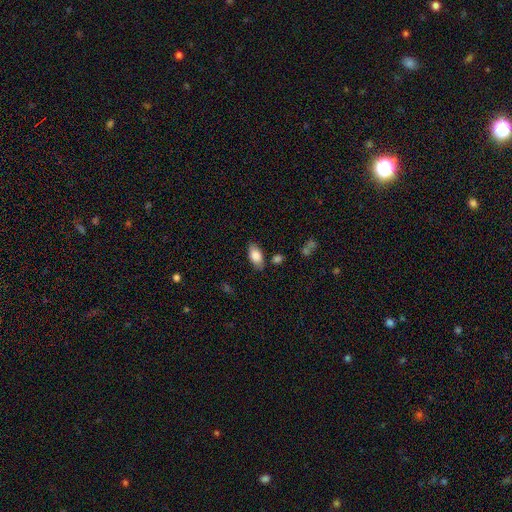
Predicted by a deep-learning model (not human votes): This is clearly a smooth galaxy (83%). How rounded: clearly in between (91%). Merging: likely none (79%).